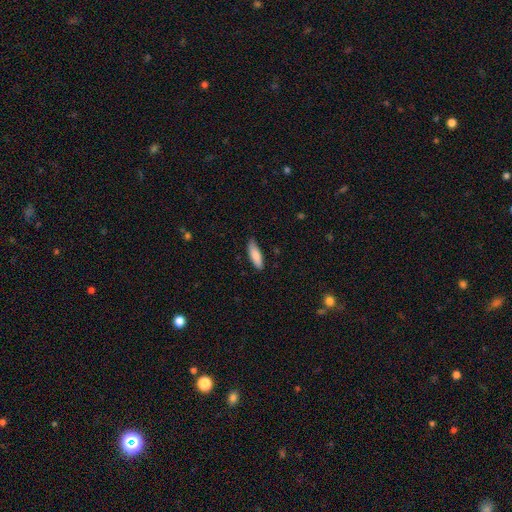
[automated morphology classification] A smooth galaxy with no disk features (83%) that is in between round and cigar-shaped (52%). Merging: none (83%).